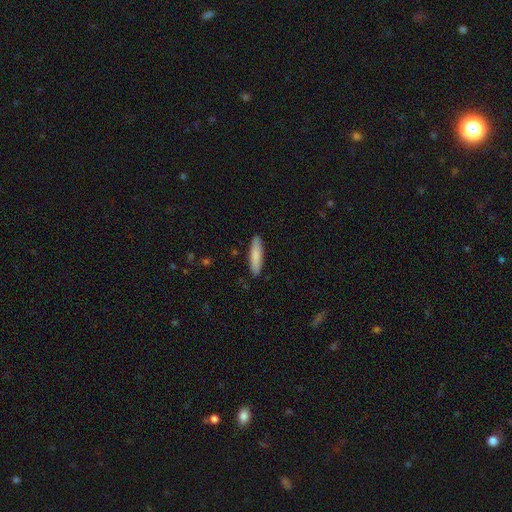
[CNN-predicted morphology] Overall: smooth (84%). How rounded: cigar-shaped (76%). Merging: none (89%).